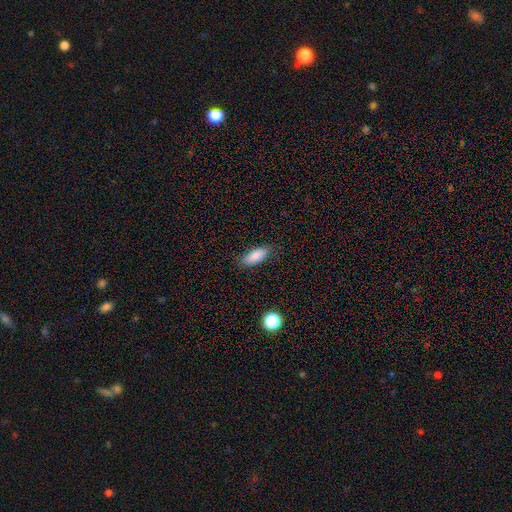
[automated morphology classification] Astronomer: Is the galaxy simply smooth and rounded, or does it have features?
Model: smooth — 85%.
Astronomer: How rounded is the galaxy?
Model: in between — 77%.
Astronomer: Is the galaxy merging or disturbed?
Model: none — 83%.